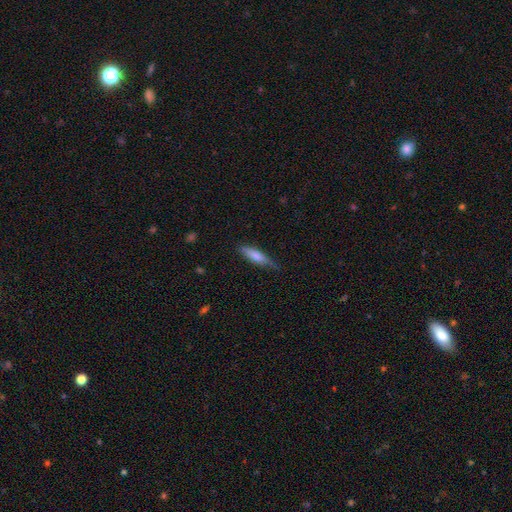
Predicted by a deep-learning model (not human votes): This is likely a smooth galaxy (72%). How rounded: likely cigar-shaped (65%). Merging: likely none (67%).